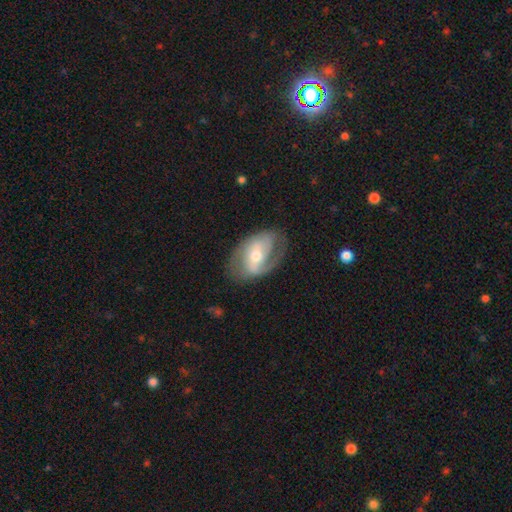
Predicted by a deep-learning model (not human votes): A featured or disk galaxy (76%) with a weak bar (40%), 2 (67%) medium (44%) spiral arms (88%) and a moderate central bulge (65%). Merging: none (66%).